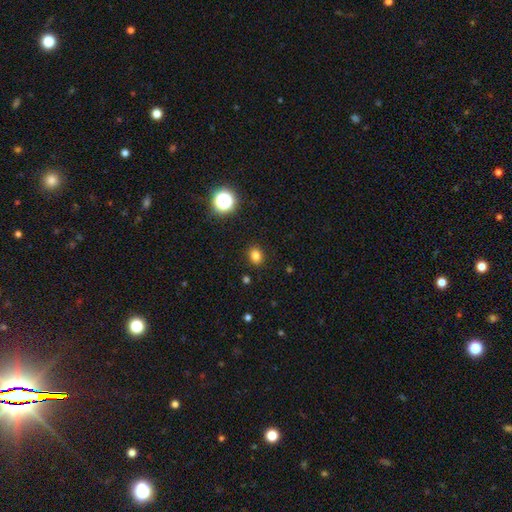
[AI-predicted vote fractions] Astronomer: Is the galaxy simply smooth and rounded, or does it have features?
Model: smooth — 80%.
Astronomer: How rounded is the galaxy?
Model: round — 63%.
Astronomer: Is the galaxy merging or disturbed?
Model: none — 89%.